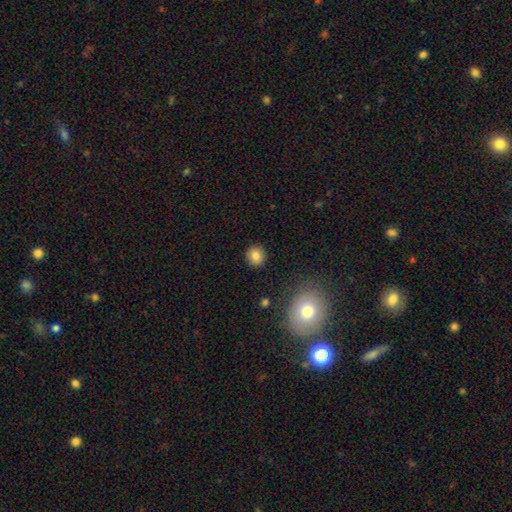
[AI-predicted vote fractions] smooth_or_featured: smooth (p=0.83) [alt: star or artifact p=0.10]
how_rounded: round (p=0.88) [alt: in between p=0.10]
merging: none (p=0.90) [alt: minor disturbance p=0.06]